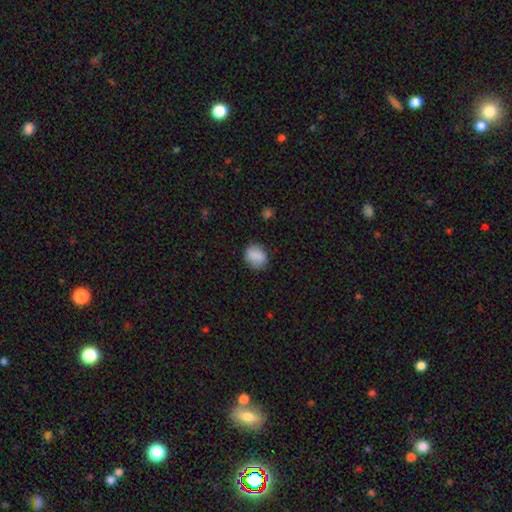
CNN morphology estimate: A smooth galaxy with no disk features (84%) that is round (55%). Merging: none (82%).